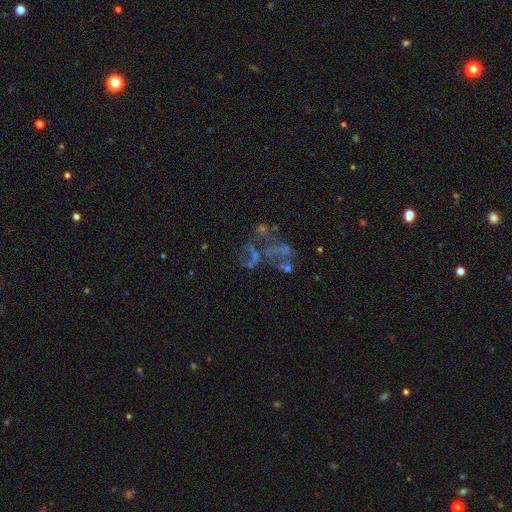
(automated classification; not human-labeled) This is possibly a featured or disk galaxy (55%). It is clearly not viewed edge-on (97%). Bar: clearly no (87%). Spiral arm pattern: clearly no (86%). Central bulge: clearly none (81%). Merging: marginally none (35%).